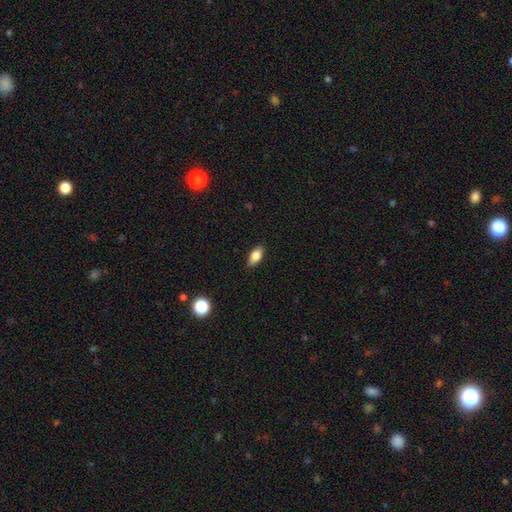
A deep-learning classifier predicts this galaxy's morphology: A smooth galaxy with no disk features (82%) that is in between round and cigar-shaped (88%). Merging: none (87%).